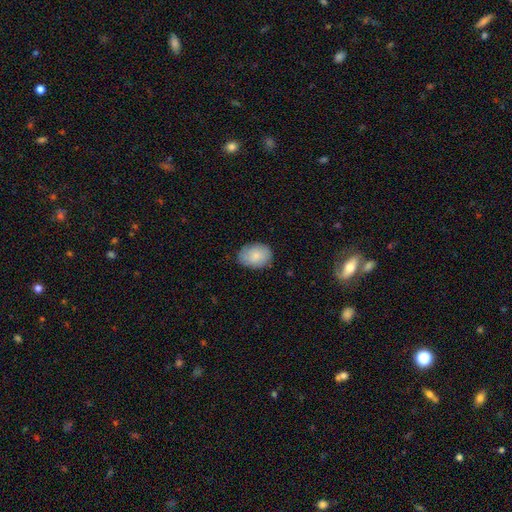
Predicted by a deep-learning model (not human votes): Smooth or featured?
  - smooth: 81% *
  - featured or disk: 12%
  - star or artifact: 7%
How rounded?
  - in between: 73% *
  - round: 26%
  - cigar-shaped: 1%
Merging?
  - none: 80% *
  - minor disturbance: 16%
  - major disturbance: 3%
  - merger: 1%